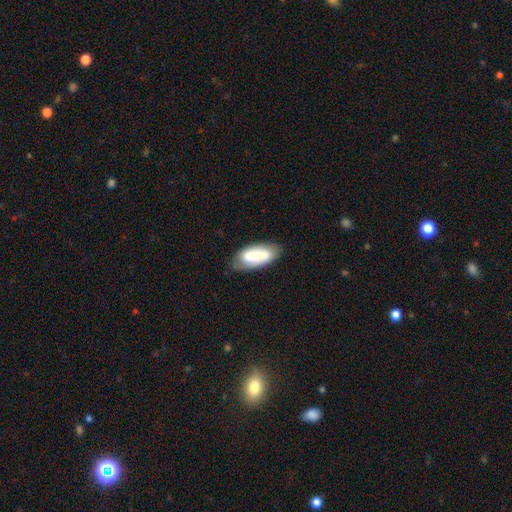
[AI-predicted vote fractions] Smooth or featured? smooth (64%)
How rounded? in between (88%)
Merging? none (72%)